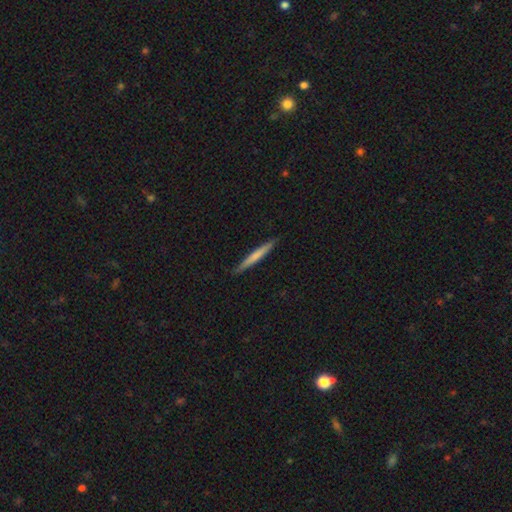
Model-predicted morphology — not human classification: smooth_or_featured: smooth (p=0.63) [alt: featured or disk p=0.32]
how_rounded: cigar-shaped (p=0.96) [alt: in between p=0.02]
merging: none (p=0.90) [alt: minor disturbance p=0.08]